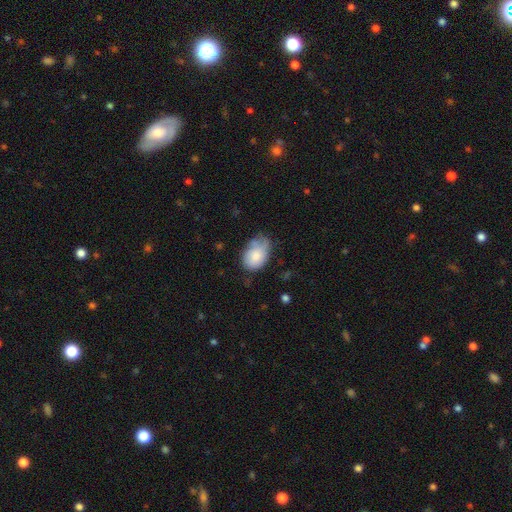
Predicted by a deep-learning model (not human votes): Smooth or featured: smooth — 75% (featured or disk — 18%)
How rounded: in between — 82% (round — 17%)
Merging: none — 41% (minor disturbance — 40%)